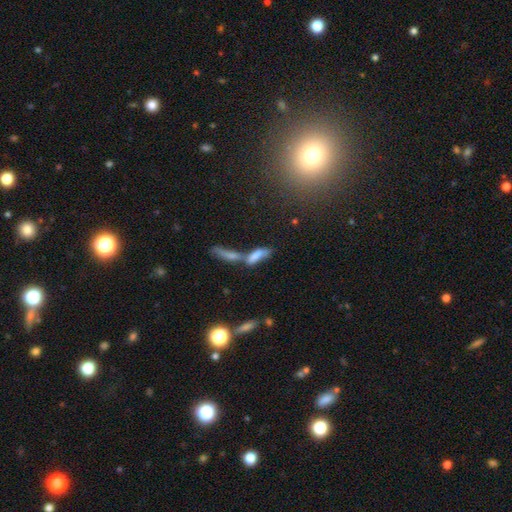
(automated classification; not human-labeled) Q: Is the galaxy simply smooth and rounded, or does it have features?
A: smooth — 66%.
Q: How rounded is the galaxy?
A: cigar-shaped — 50%.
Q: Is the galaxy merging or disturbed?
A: merger — 67%.